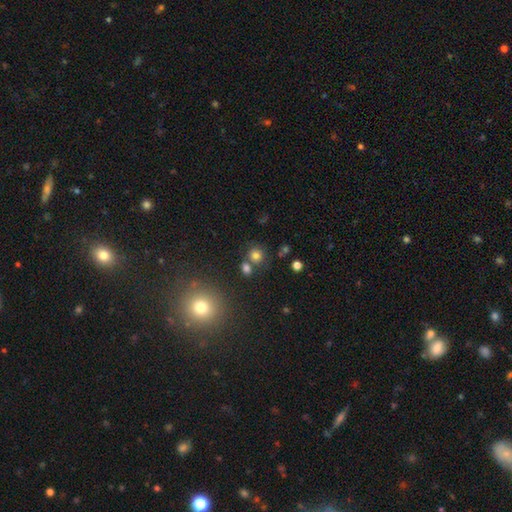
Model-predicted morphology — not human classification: Q: Smooth or featured?
A: smooth (75%); runner-up: star or artifact (16%)
Q: How rounded?
A: round (86%); runner-up: in between (13%)
Q: Merging?
A: none (67%); runner-up: merger (20%)